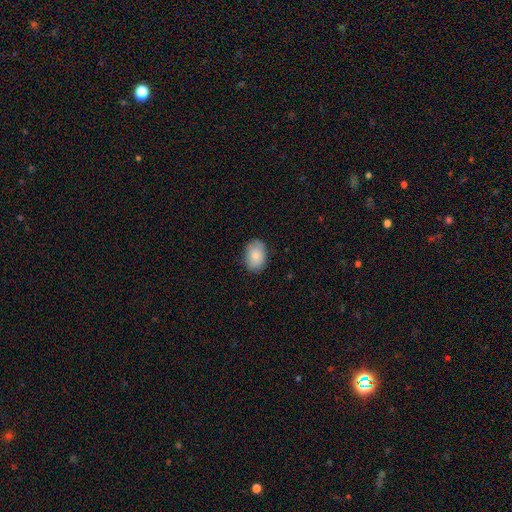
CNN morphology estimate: This appears to be a smooth galaxy with no disk features (83%) that is in between round and cigar-shaped (77%). Merging: none (82%).